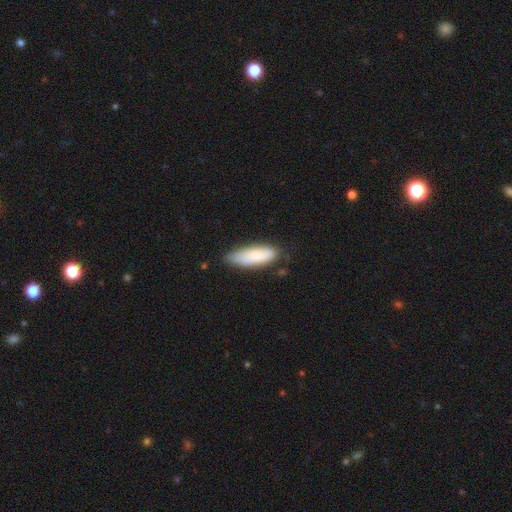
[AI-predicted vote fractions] The model was most divided on "how rounded": in between: 59%, cigar-shaped: 40%, round: 2%. More confident: smooth or featured — smooth (80%); merging — none (70%).